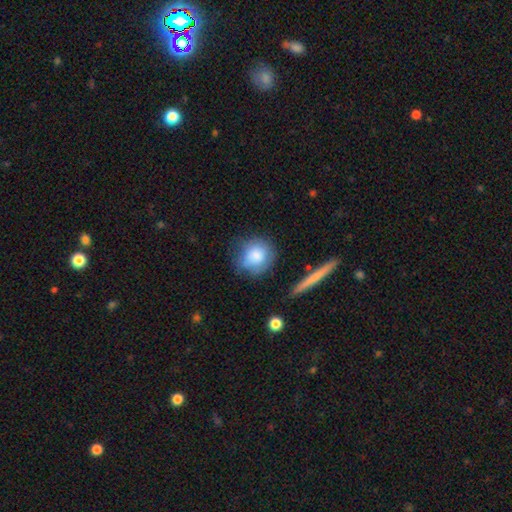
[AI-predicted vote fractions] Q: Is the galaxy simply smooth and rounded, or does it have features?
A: smooth — 81%.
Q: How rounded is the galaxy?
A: round — 83%.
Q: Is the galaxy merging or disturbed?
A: none — 65%.